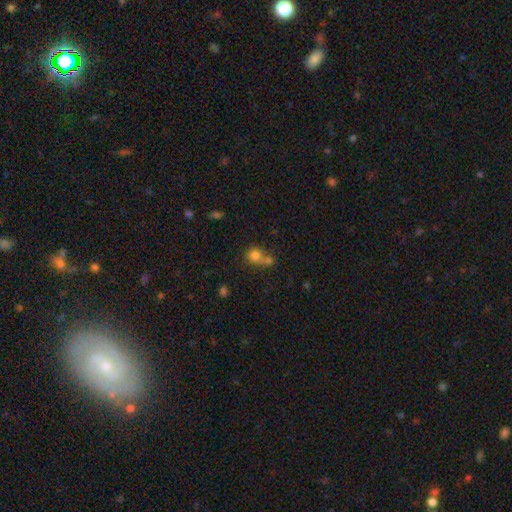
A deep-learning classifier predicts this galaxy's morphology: This is likely a smooth galaxy (77%). How rounded: clearly round (82%). Merging: possibly merger (49%).